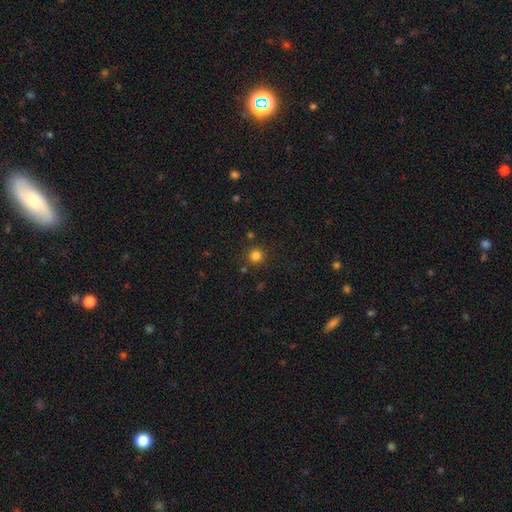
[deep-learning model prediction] A smooth galaxy with no disk features (81%) that is round (94%). Merging: none (86%).